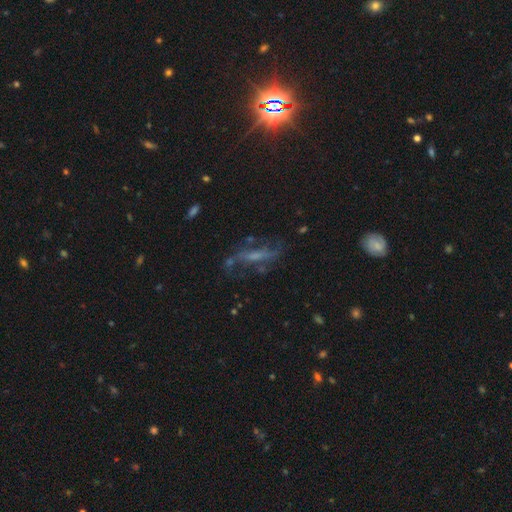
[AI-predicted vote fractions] featured or disk 59%, smooth 22%, star or artifact 19%. Down the decision tree: edge-on disk — no (70%); merging — none (54%).